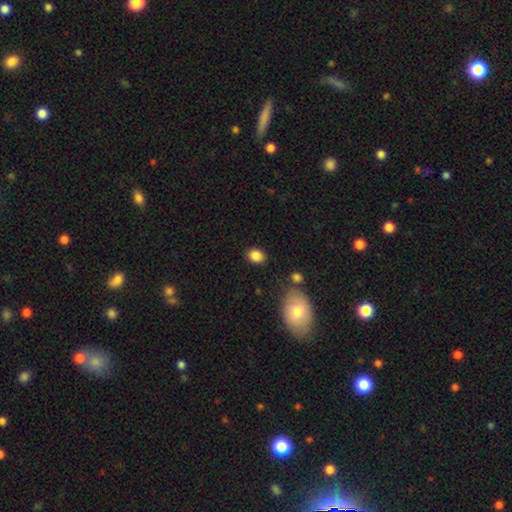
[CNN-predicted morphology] This is clearly a smooth galaxy (87%). How rounded: likely in between (64%). Merging: clearly none (82%).